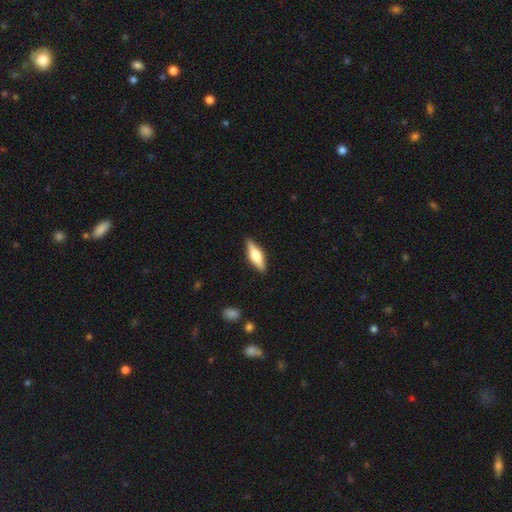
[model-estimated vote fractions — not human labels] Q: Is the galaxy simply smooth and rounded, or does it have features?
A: featured or disk — 54%.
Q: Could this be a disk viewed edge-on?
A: yes — 95%.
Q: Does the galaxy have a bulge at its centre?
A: rounded — 88%.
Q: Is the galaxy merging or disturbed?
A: none — 89%.